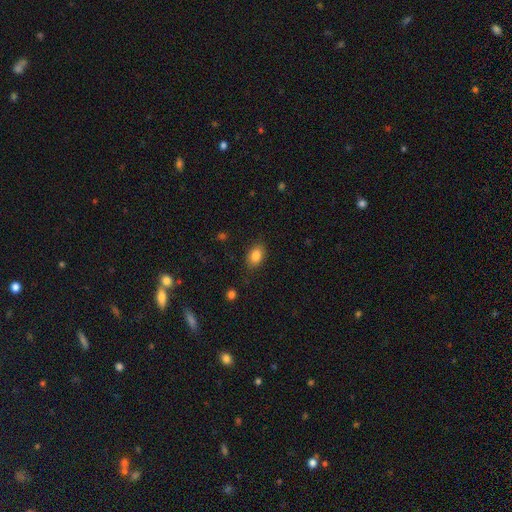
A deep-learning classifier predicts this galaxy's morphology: A smooth galaxy with no disk features (85%) that is in between round and cigar-shaped (80%).

Vote fractions:
- Smooth or featured? smooth: 85% / star or artifact: 9% / featured or disk: 7%
- How rounded? in between: 80% / round: 18% / cigar-shaped: 1%
- Merging? none: 83% / minor disturbance: 12% / major disturbance: 3% / merger: 1%